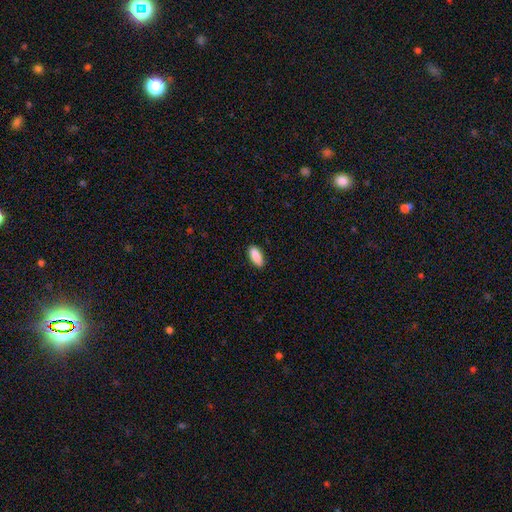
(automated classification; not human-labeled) Morphology: type=smooth (90%); roundness=in between (81%); merging=none (88%).